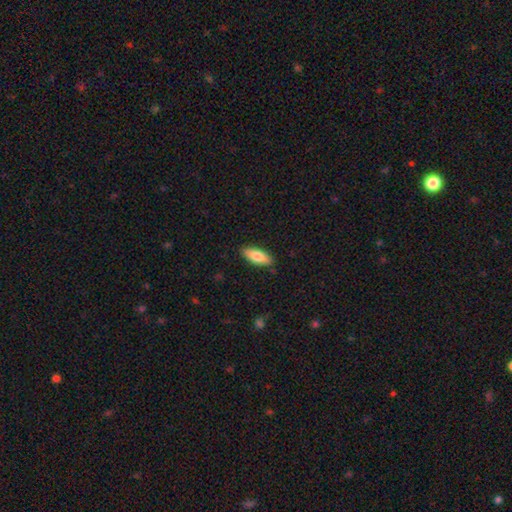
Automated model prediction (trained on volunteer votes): smooth-or-featured: smooth: 79% | featured or disk: 15% | star or artifact: 6%
  how-rounded: in between: 72% | cigar-shaped: 26% | round: 2%
  merging: none: 87% | minor disturbance: 10% | major disturbance: 2% | merger: 1%